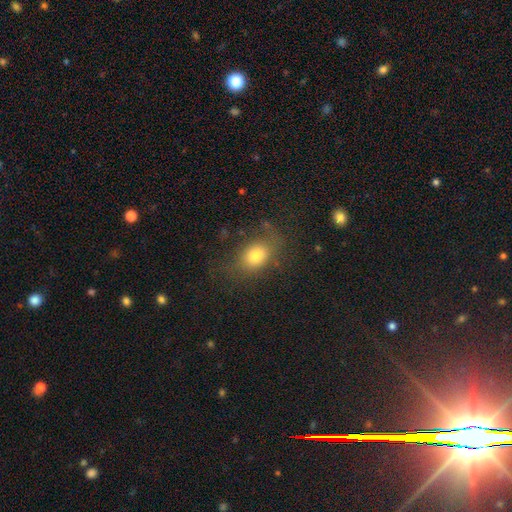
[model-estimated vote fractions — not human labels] The model was most divided on "how rounded": in between: 67%, round: 32%, cigar-shaped: 2%. More confident: smooth or featured — smooth (74%); merging — none (67%).